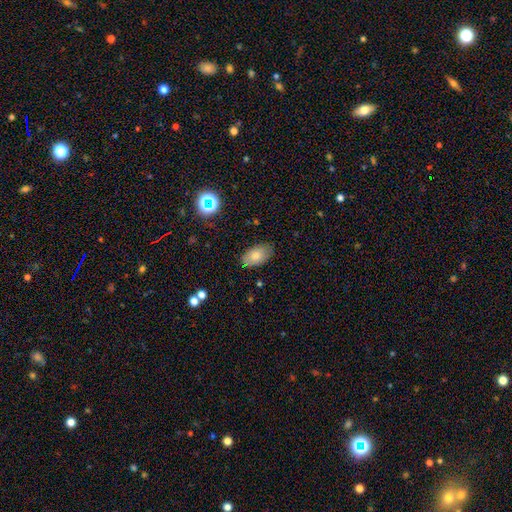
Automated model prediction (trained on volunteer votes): The model was most divided on "smooth or featured": smooth: 77%, featured or disk: 14%, star or artifact: 9%. More confident: how rounded — in between (92%); merging — none (80%).